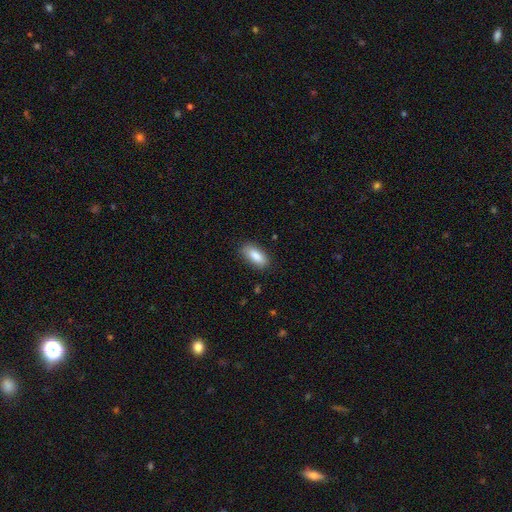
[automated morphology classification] smooth 86%, featured or disk 7%, star or artifact 7%. Down the decision tree: how rounded — in between (82%); merging — none (85%).